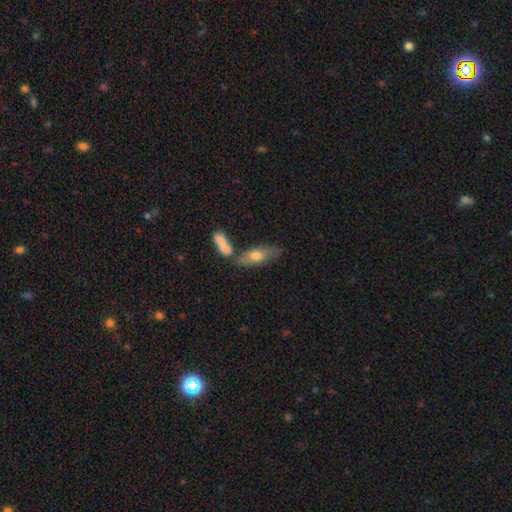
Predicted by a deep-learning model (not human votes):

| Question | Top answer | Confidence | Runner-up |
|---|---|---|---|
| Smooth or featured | smooth | 52% | featured or disk (38%) |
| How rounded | in between | 61% | cigar-shaped (35%) |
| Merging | none | 52% | merger (30%) |